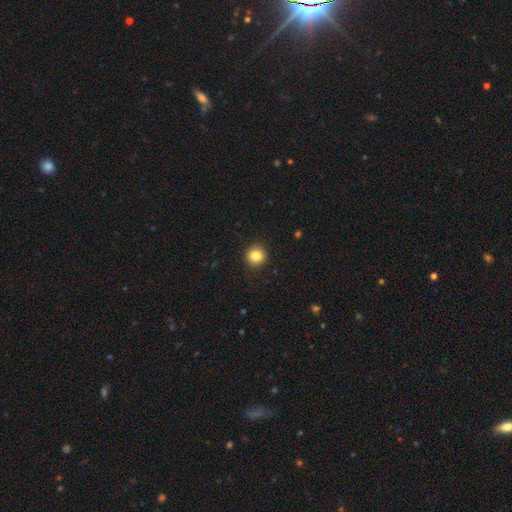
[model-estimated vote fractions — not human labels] smooth_or_featured: smooth (p=0.85) [alt: star or artifact p=0.10]
how_rounded: round (p=0.91) [alt: in between p=0.08]
merging: none (p=0.91) [alt: minor disturbance p=0.06]